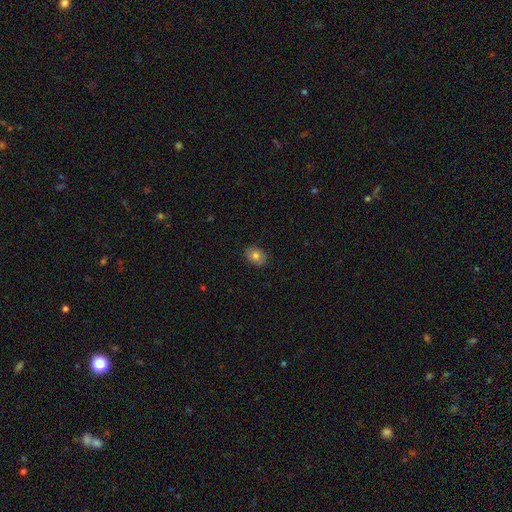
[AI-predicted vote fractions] smooth 77%, featured or disk 15%, star or artifact 8%. Down the decision tree: how rounded — in between (64%); merging — none (87%).